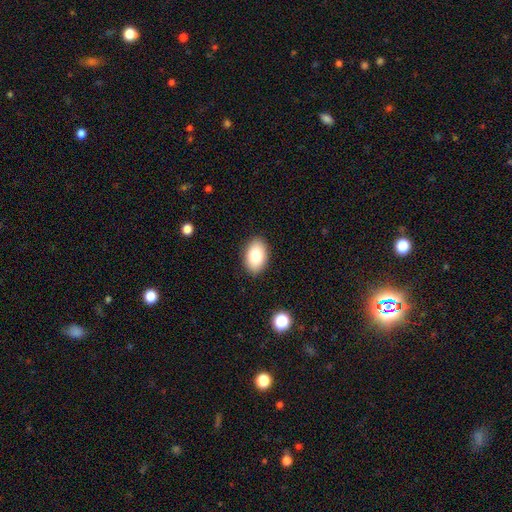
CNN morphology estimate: Q: Smooth or featured?
A: smooth (82%); runner-up: featured or disk (10%)
Q: How rounded?
A: in between (90%); runner-up: round (9%)
Q: Merging?
A: none (89%); runner-up: minor disturbance (8%)